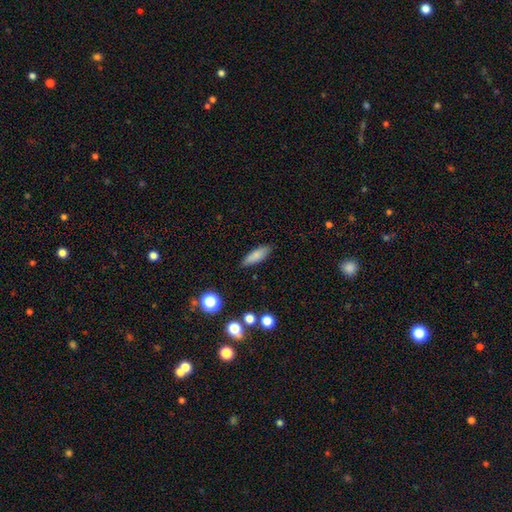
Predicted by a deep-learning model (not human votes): smooth_or_featured: smooth (p=0.82) [alt: featured or disk p=0.09]
how_rounded: in between (p=0.50) [alt: cigar-shaped p=0.48]
merging: none (p=0.86) [alt: minor disturbance p=0.10]